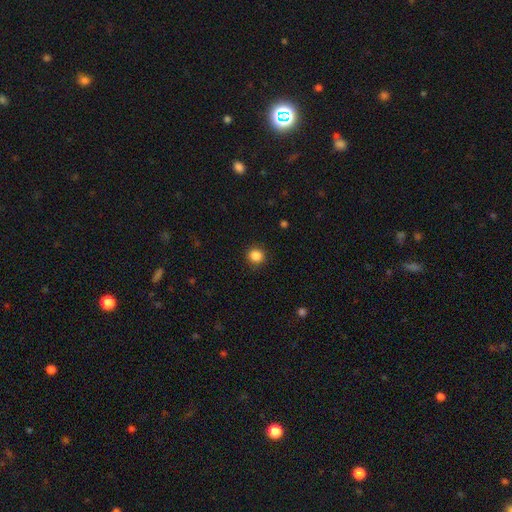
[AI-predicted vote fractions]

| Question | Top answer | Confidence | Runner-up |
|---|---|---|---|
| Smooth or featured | smooth | 86% | star or artifact (11%) |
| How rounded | round | 88% | in between (11%) |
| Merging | none | 90% | minor disturbance (7%) |